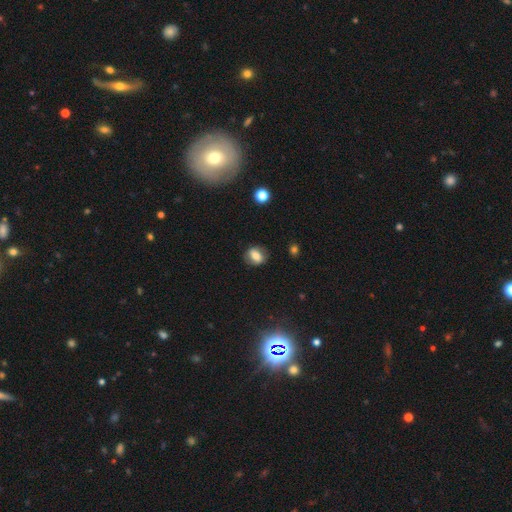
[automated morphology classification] smooth 67%, featured or disk 23%, star or artifact 10%. Down the decision tree: how rounded — in between (57%); merging — none (80%).